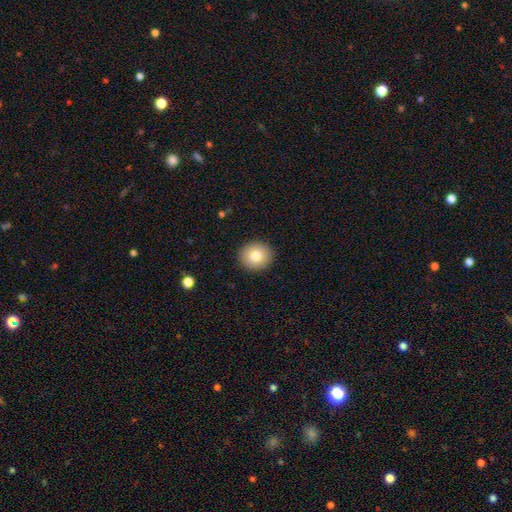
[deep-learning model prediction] This is clearly a smooth galaxy (80%). How rounded: clearly round (87%). Merging: clearly none (92%).